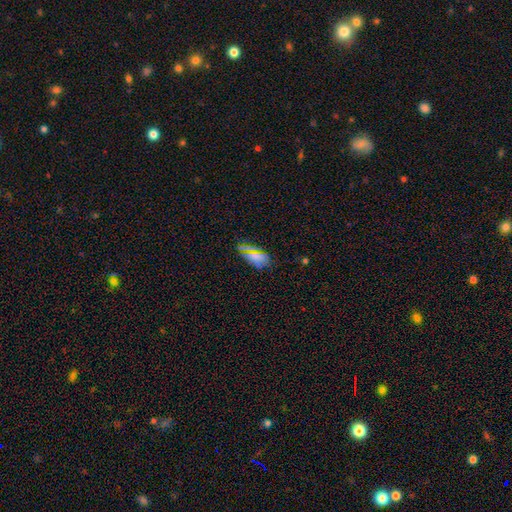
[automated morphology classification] Smooth or featured?
  - smooth: 72% *
  - star or artifact: 20%
  - featured or disk: 8%
How rounded?
  - in between: 88% *
  - cigar-shaped: 6%
  - round: 6%
Merging?
  - none: 75% *
  - minor disturbance: 18%
  - major disturbance: 5%
  - merger: 2%